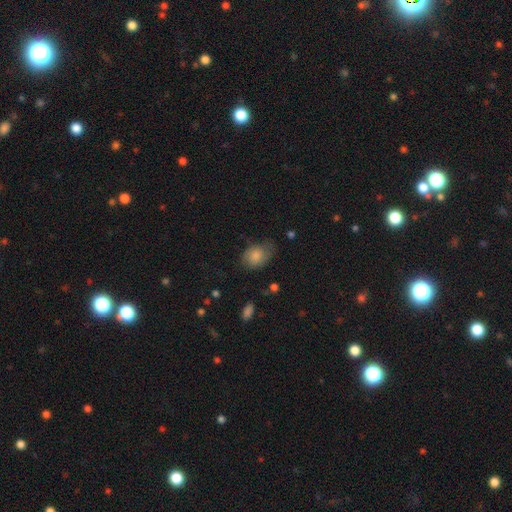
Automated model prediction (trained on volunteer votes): Smooth or featured?
  - smooth: 78% *
  - featured or disk: 14%
  - star or artifact: 8%
How rounded?
  - in between: 71% *
  - round: 28%
  - cigar-shaped: 1%
Merging?
  - none: 53% *
  - minor disturbance: 32%
  - major disturbance: 13%
  - merger: 2%